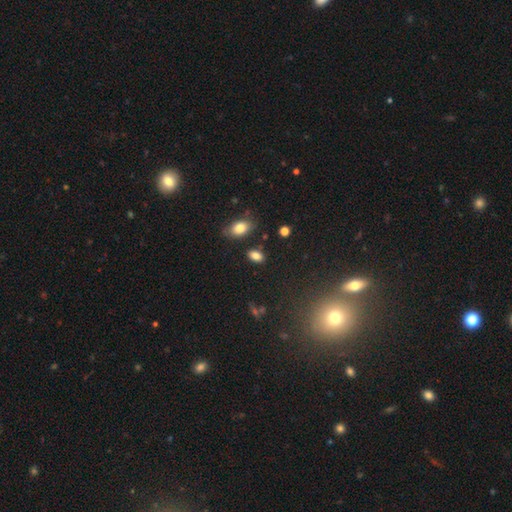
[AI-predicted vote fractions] Smooth or featured? smooth (82%)
How rounded? in between (88%)
Merging? none (80%)